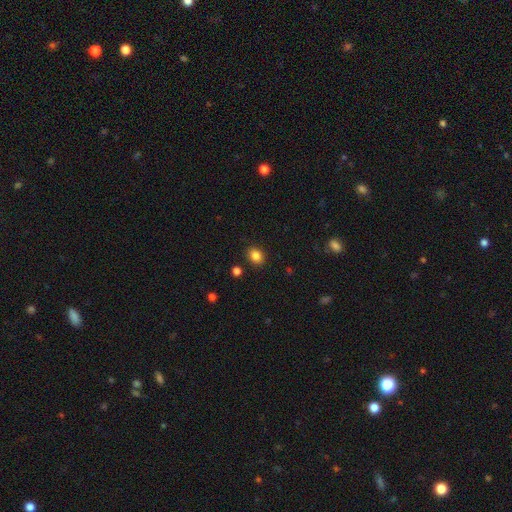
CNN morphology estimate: Q: Smooth or featured?
A: smooth (84%); runner-up: star or artifact (11%)
Q: How rounded?
A: round (53%); runner-up: in between (46%)
Q: Merging?
A: none (88%); runner-up: minor disturbance (8%)